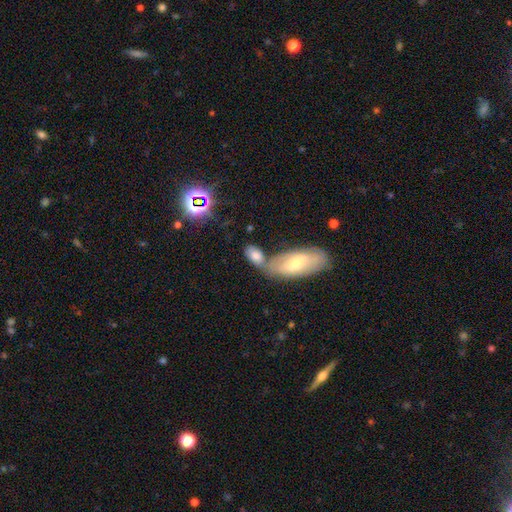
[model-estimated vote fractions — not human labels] This is likely a smooth galaxy (73%). How rounded: clearly in between (87%). Merging: marginally merger (44%).